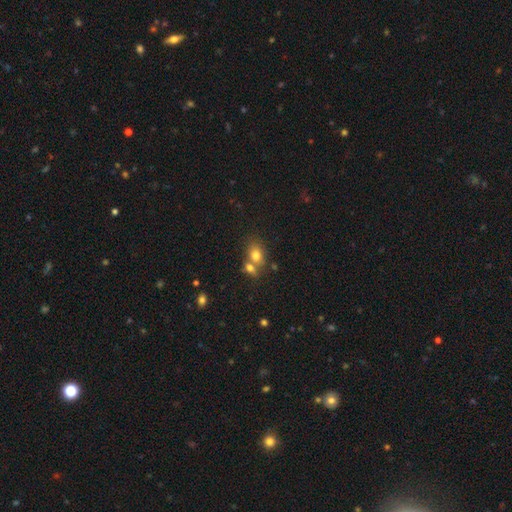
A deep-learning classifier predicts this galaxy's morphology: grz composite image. It shows a smooth galaxy with no disk features (76%) that is in between round and cigar-shaped (64%). Merging: merger (47%).